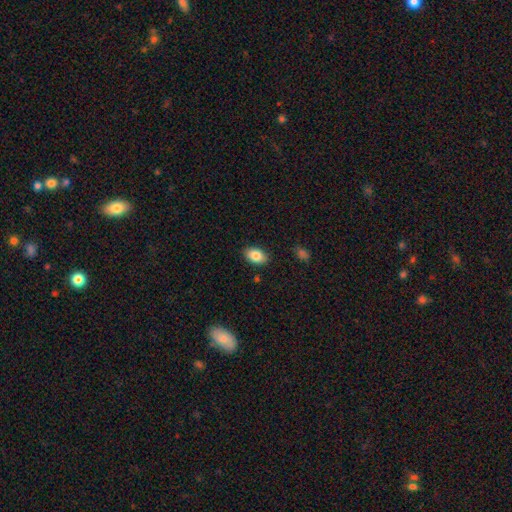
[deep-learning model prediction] Smooth or featured? smooth (85%)
How rounded? in between (90%)
Merging? none (87%)